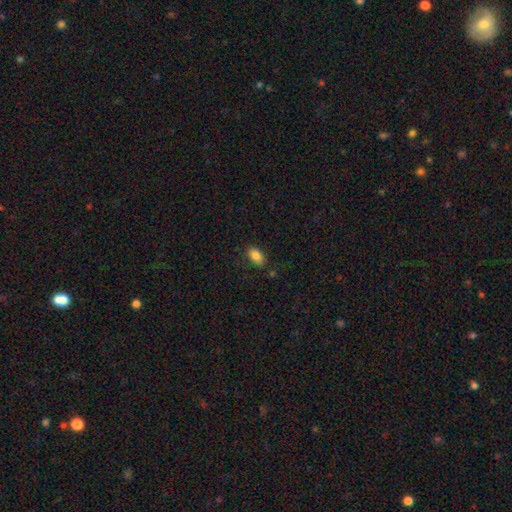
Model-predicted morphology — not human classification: Smooth or featured? smooth (85%)
How rounded? in between (91%)
Merging? none (81%)